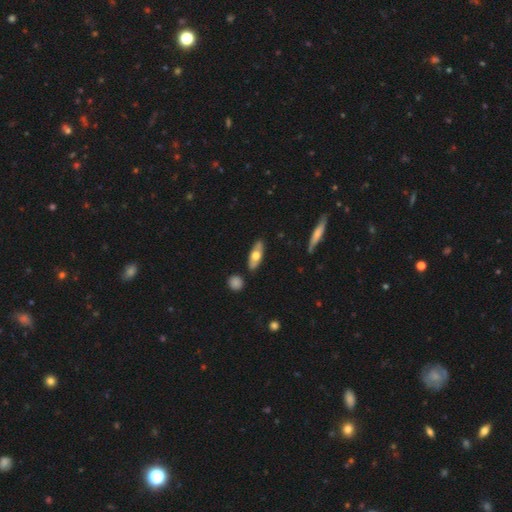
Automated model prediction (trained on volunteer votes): Smooth or featured: smooth — 52% (featured or disk — 43%)
How rounded: in between — 62% (cigar-shaped — 34%)
Merging: none — 83% (minor disturbance — 11%)